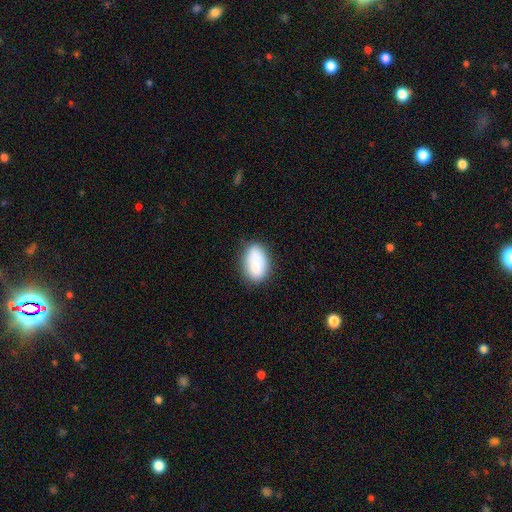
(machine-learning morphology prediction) Smooth or featured?
  - smooth: 81% *
  - featured or disk: 11%
  - star or artifact: 8%
How rounded?
  - in between: 88% *
  - round: 10%
  - cigar-shaped: 2%
Merging?
  - none: 63% *
  - minor disturbance: 24%
  - merger: 8%
  - major disturbance: 6%